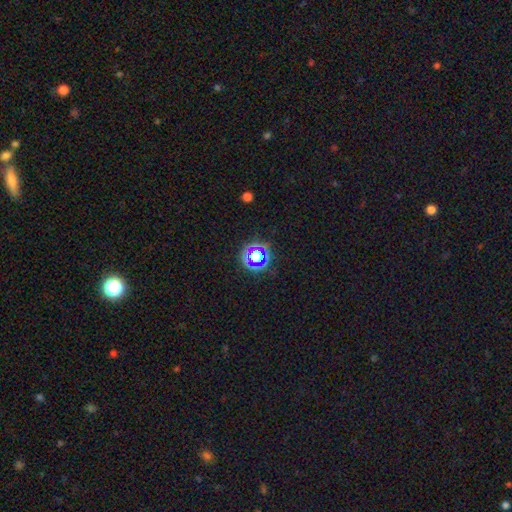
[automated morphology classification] smooth_or_featured: star or artifact (p=0.60) [alt: smooth p=0.29]